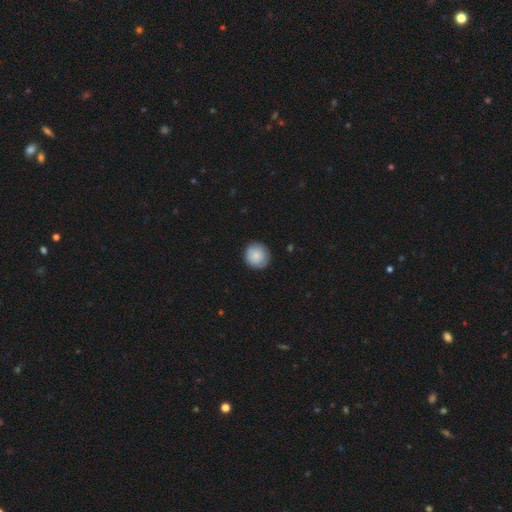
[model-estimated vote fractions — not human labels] Smooth or featured: smooth — 85% (featured or disk — 8%)
How rounded: round — 93% (in between — 6%)
Merging: none — 88% (minor disturbance — 10%)